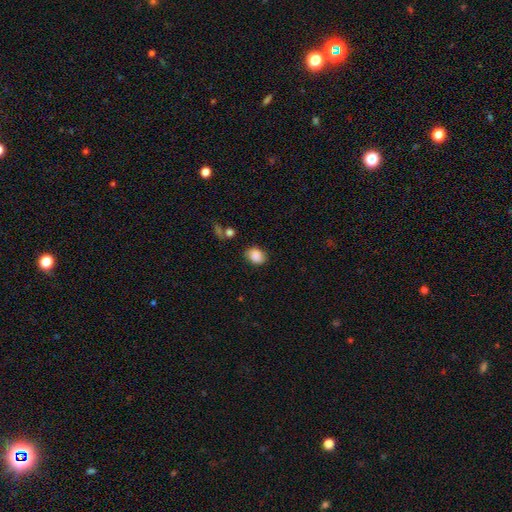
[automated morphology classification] smooth 85%, star or artifact 8%, featured or disk 6%. Down the decision tree: how rounded — in between (51%); merging — none (75%).